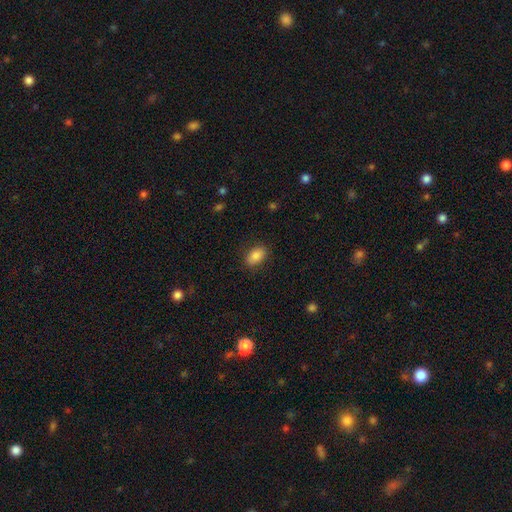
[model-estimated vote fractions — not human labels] smooth_or_featured: smooth (p=0.86) [alt: star or artifact p=0.08]
how_rounded: in between (p=0.90) [alt: round p=0.08]
merging: none (p=0.86) [alt: minor disturbance p=0.10]